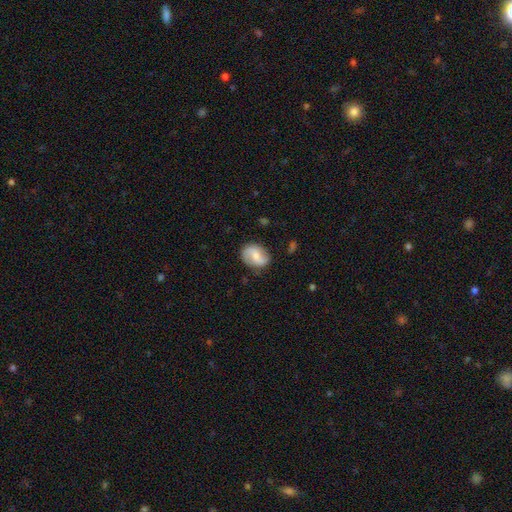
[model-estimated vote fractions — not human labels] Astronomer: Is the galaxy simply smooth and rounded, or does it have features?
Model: featured or disk — 55% (runner-up: smooth, 38%).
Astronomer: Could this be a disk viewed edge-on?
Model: no — 97%.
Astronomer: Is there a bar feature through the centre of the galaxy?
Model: weak — 43% (runner-up: no, 37%).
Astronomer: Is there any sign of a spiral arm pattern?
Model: yes — 86%.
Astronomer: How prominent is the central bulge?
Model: small — 45% (runner-up: moderate, 44%).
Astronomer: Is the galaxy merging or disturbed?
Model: none — 78%.